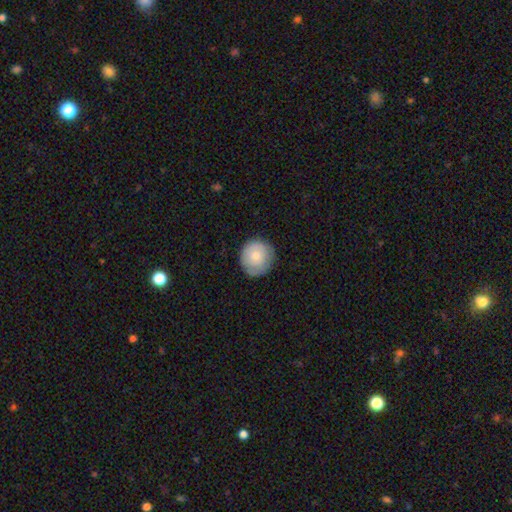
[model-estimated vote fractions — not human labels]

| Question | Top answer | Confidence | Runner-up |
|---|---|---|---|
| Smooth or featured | smooth | 73% | featured or disk (20%) |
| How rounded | round | 92% | in between (7%) |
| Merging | none | 81% | minor disturbance (15%) |